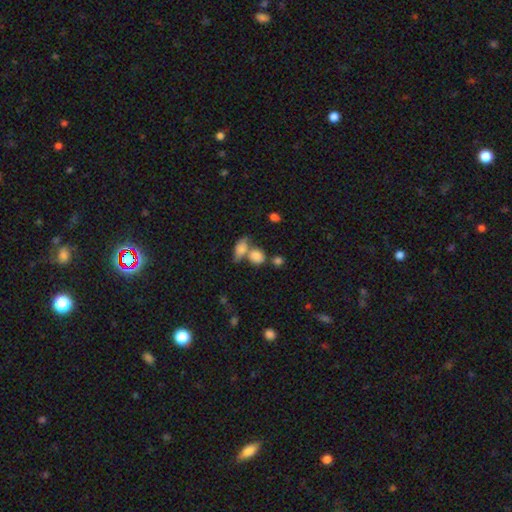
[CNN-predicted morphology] smooth_or_featured: smooth (p=0.81) [alt: star or artifact p=0.10]
how_rounded: round (p=0.56) [alt: in between p=0.41]
merging: merger (p=0.44) [alt: none p=0.40]